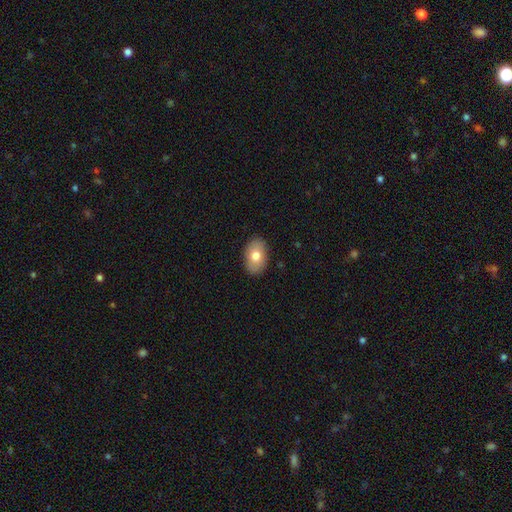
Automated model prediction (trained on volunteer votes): This appears to be a smooth galaxy with no disk features (75%) that is in between round and cigar-shaped (87%). Merging: none (87%).